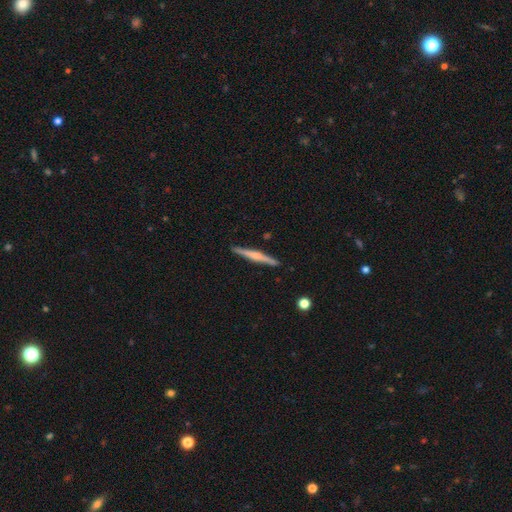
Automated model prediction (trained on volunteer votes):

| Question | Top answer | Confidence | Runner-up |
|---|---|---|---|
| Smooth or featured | featured or disk | 64% | smooth (31%) |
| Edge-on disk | yes | 98% | no (2%) |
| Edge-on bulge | rounded | 67% | none (19%) |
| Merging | none | 91% | minor disturbance (7%) |